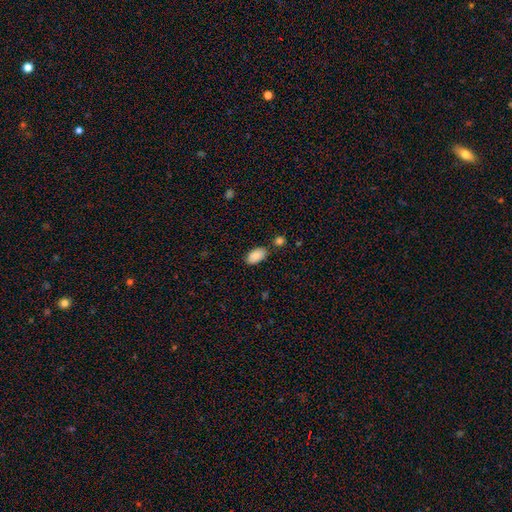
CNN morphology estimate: The model was most divided on "merging": none: 74%, minor disturbance: 16%, merger: 7%, major disturbance: 3%. More confident: how rounded — in between (94%); smooth or featured — smooth (86%).